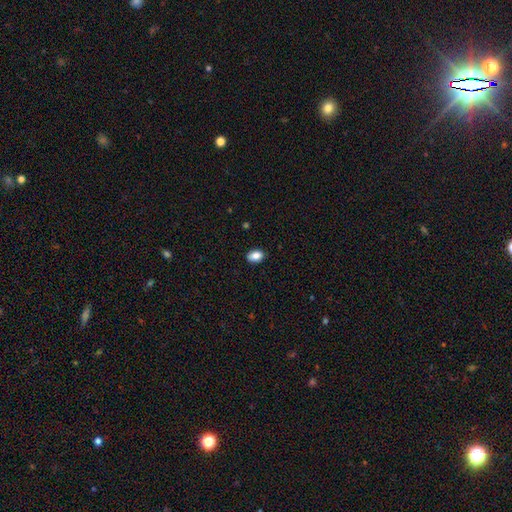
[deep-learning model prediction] smooth-or-featured: smooth: 86% | star or artifact: 9% | featured or disk: 5%
  how-rounded: in between: 83% | round: 16% | cigar-shaped: 1%
  merging: none: 86% | minor disturbance: 11% | major disturbance: 2% | merger: 1%